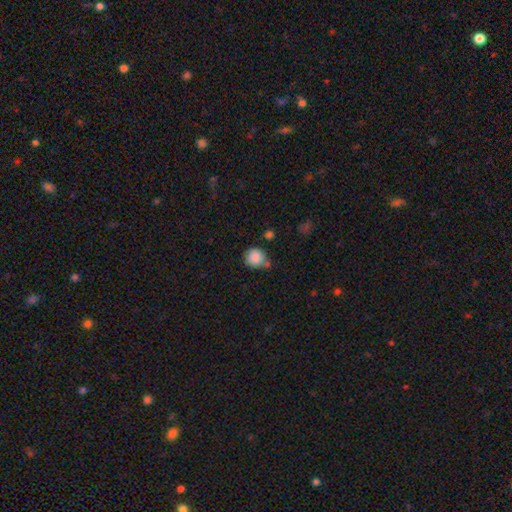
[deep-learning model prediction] Smooth or featured? smooth (87%)
How rounded? round (91%)
Merging? none (64%)